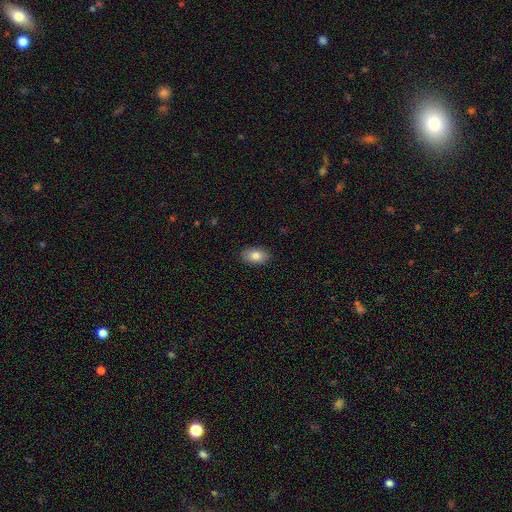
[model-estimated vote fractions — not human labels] The model was most divided on "smooth or featured": smooth: 83%, featured or disk: 10%, star or artifact: 7%. More confident: how rounded — in between (90%); merging — none (89%).